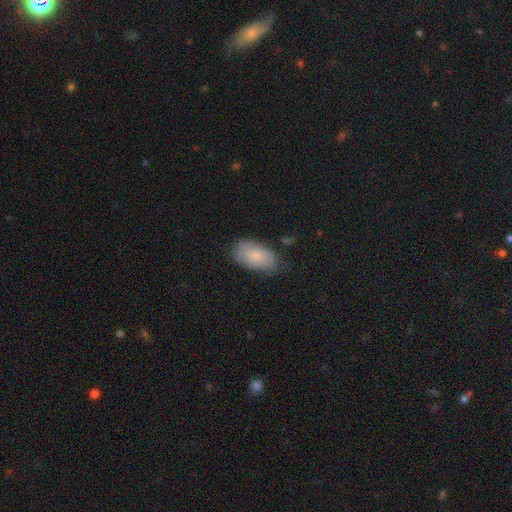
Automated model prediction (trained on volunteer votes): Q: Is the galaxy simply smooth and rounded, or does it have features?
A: smooth — 79%.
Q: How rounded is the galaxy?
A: in between — 94%.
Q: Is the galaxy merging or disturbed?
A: none — 68%.